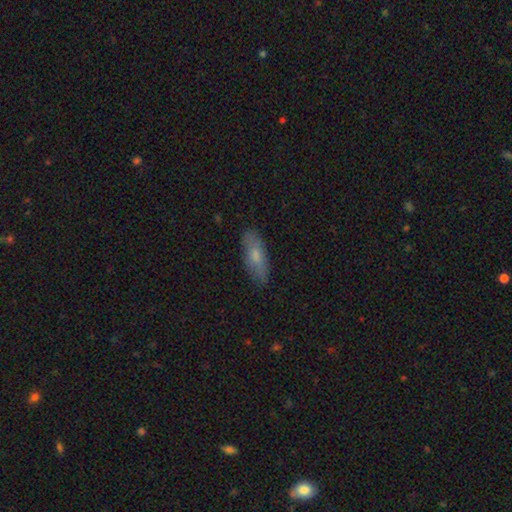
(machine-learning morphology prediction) A smooth galaxy with no disk features (69%) that is in between round and cigar-shaped (62%).

Vote fractions:
- Smooth or featured? smooth: 69% / featured or disk: 24% / star or artifact: 7%
- How rounded? in between: 62% / cigar-shaped: 36% / round: 2%
- Merging? none: 81% / minor disturbance: 15% / major disturbance: 3% / merger: 1%